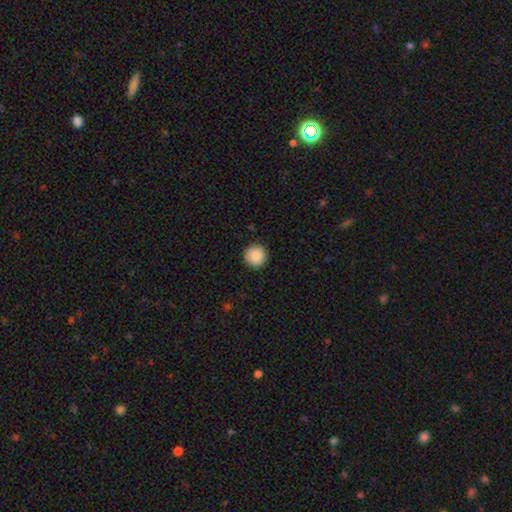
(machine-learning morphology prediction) This is clearly a smooth galaxy (89%). How rounded: clearly round (96%). Merging: clearly none (91%).